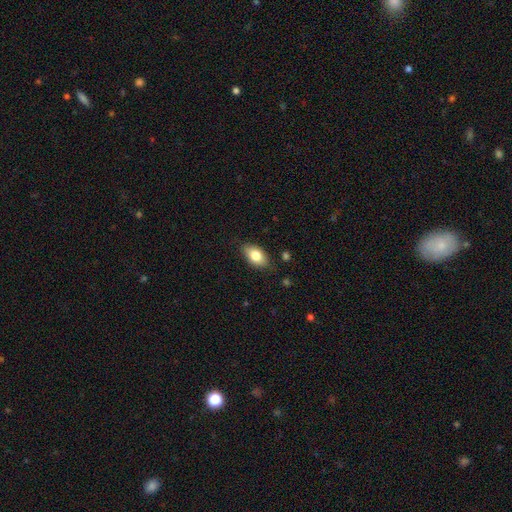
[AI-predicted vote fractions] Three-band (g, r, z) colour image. It shows a smooth galaxy with no disk features (80%) that is in between round and cigar-shaped (90%). Merging: none (83%).